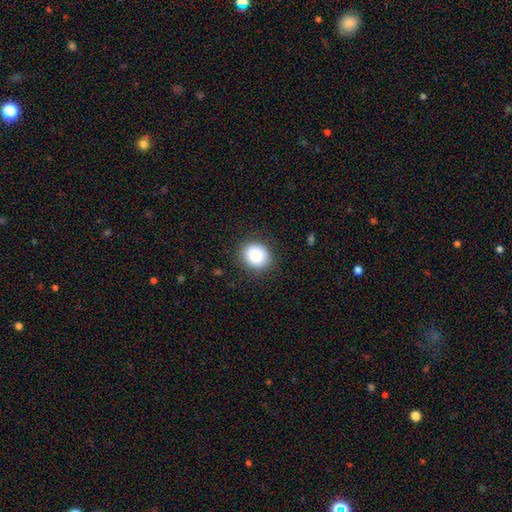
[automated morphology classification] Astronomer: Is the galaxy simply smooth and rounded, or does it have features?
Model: smooth — 81%.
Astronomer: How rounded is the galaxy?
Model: round — 76%.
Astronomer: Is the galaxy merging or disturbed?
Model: none — 87%.